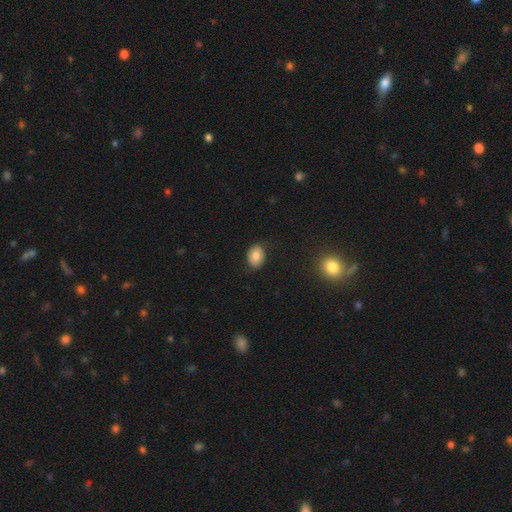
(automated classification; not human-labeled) Smooth or featured? Predicted: smooth (p=0.80). How rounded? Predicted: in between (p=0.66). Merging? Predicted: none (p=0.79).